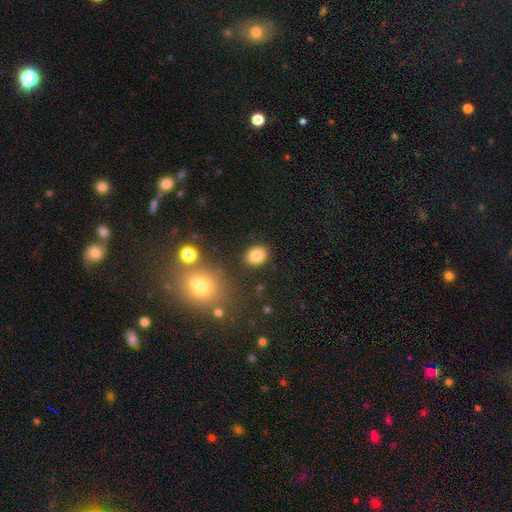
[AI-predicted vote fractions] This is clearly a smooth galaxy (83%). How rounded: possibly in between (56%). Merging: clearly none (85%).